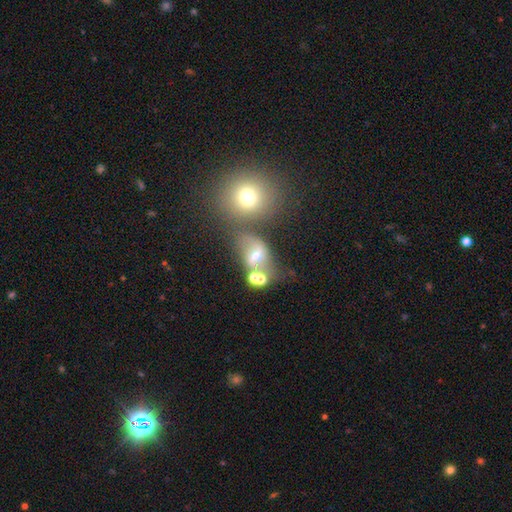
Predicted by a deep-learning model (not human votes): Smooth or featured? Predicted: featured or disk (p=0.41). Merging? Predicted: none (p=0.41).